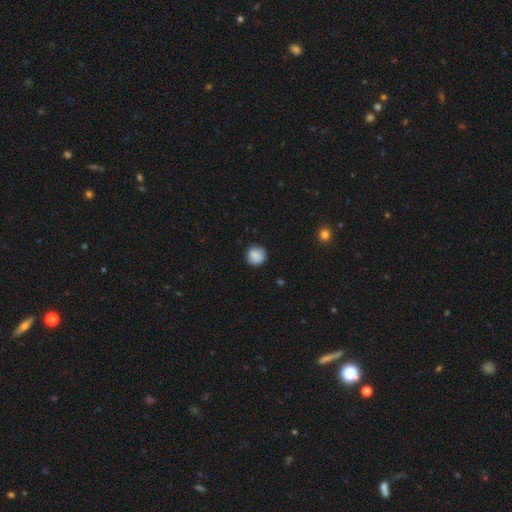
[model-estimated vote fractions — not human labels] Smooth or featured?
  - smooth: 86% *
  - star or artifact: 8%
  - featured or disk: 6%
How rounded?
  - round: 91% *
  - in between: 8%
  - cigar-shaped: 1%
Merging?
  - none: 85% *
  - minor disturbance: 12%
  - major disturbance: 2%
  - merger: 1%